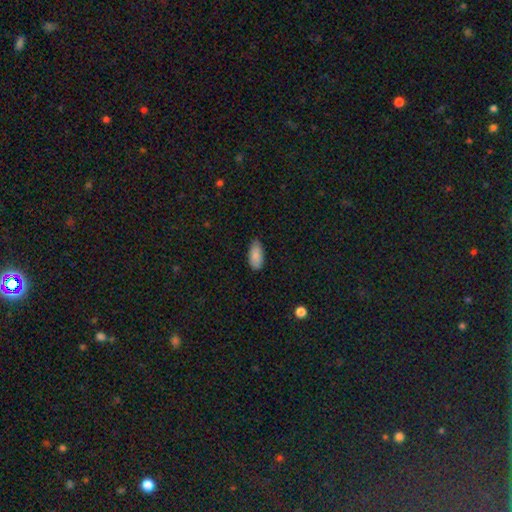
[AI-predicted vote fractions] This appears to be a smooth galaxy with no disk features (87%) that is in between round and cigar-shaped (91%). Merging: none (81%).